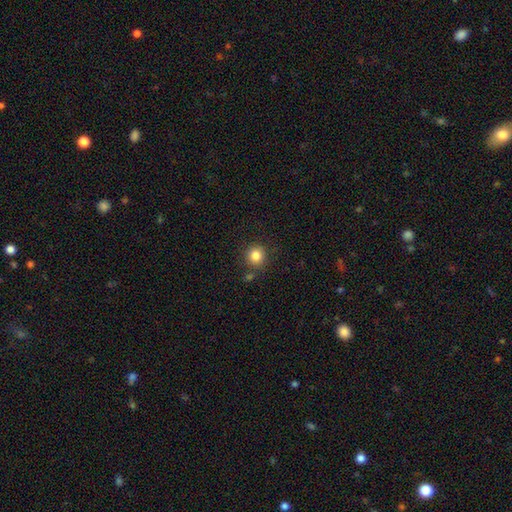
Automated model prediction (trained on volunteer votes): Overall: smooth (84%). How rounded: round (92%). Merging: none (83%).